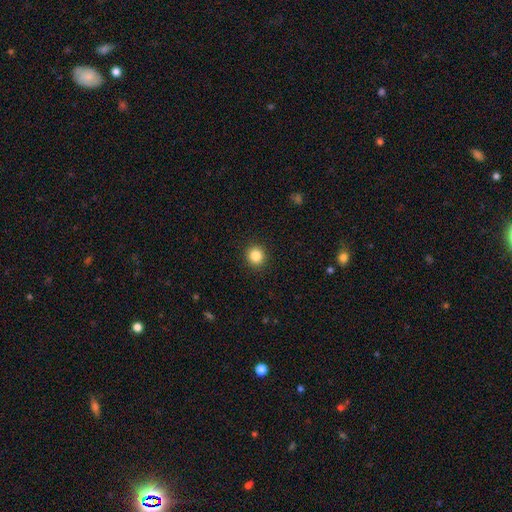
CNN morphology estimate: A smooth galaxy with no disk features (85%) that is round (91%).

Vote fractions:
- Smooth or featured? smooth: 85% / star or artifact: 10% / featured or disk: 5%
- How rounded? round: 91% / in between: 9% / cigar-shaped: 1%
- Merging? none: 92% / minor disturbance: 5% / major disturbance: 2% / merger: 1%